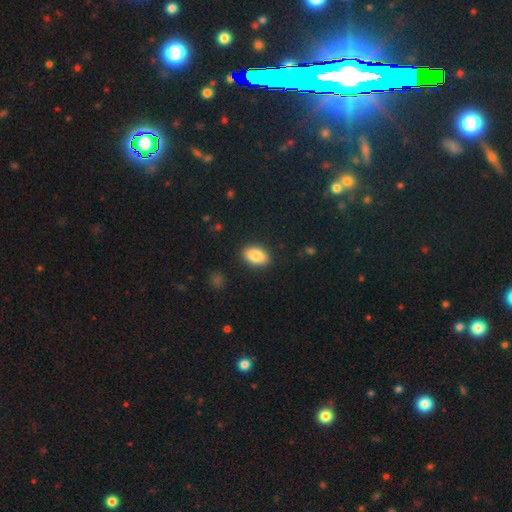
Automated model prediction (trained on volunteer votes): A smooth galaxy with no disk features (85%) that is in between round and cigar-shaped (90%). Merging: none (89%).